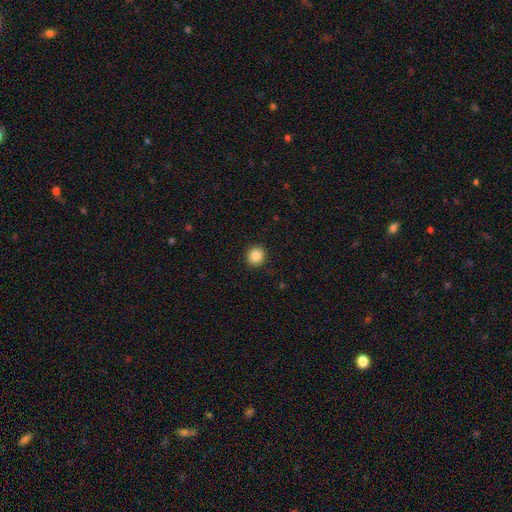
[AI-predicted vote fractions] This is clearly a smooth galaxy (87%). How rounded: clearly round (91%). Merging: clearly none (92%).